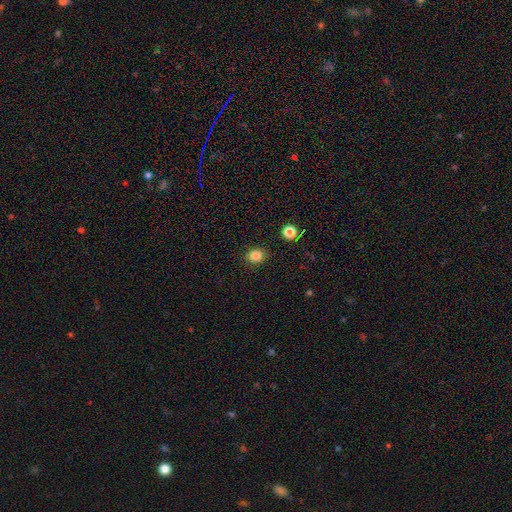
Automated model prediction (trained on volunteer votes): Smooth or featured: smooth — 84% (star or artifact — 11%)
How rounded: round — 69% (in between — 30%)
Merging: none — 87% (minor disturbance — 9%)